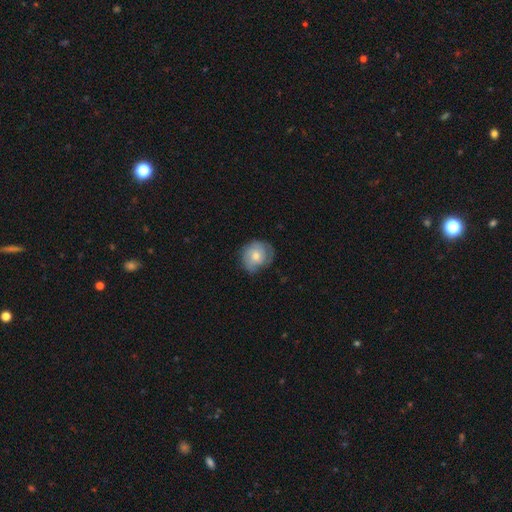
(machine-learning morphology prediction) Smooth or featured? Predicted: smooth (p=0.59). How rounded? Predicted: round (p=0.79). Merging? Predicted: none (p=0.64).